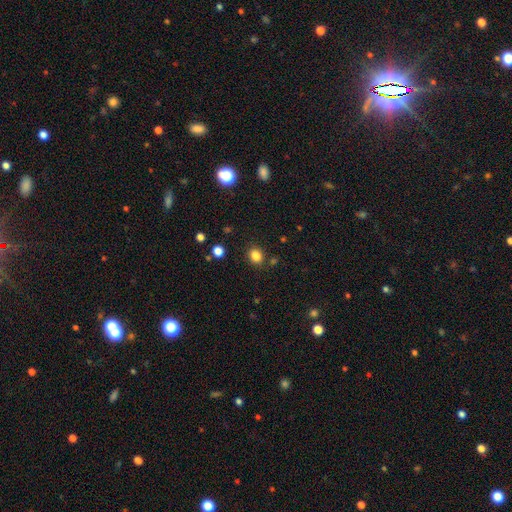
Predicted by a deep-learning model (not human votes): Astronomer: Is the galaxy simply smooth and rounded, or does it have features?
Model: smooth — 83%.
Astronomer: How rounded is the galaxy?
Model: round — 66%.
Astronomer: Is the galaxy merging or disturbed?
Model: none — 84%.